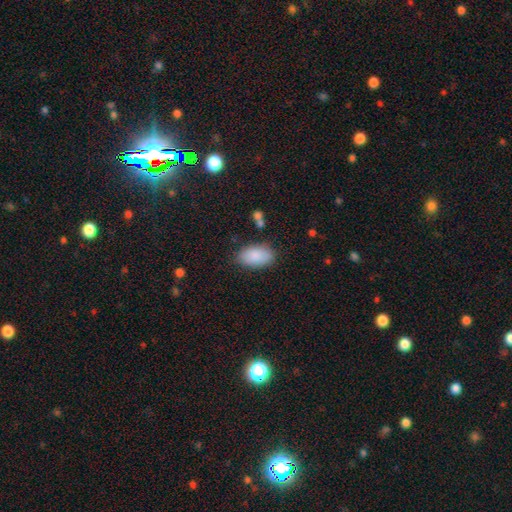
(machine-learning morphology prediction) smooth_or_featured: smooth (p=0.88) [alt: star or artifact p=0.06]
how_rounded: in between (p=0.94) [alt: round p=0.05]
merging: none (p=0.80) [alt: minor disturbance p=0.14]